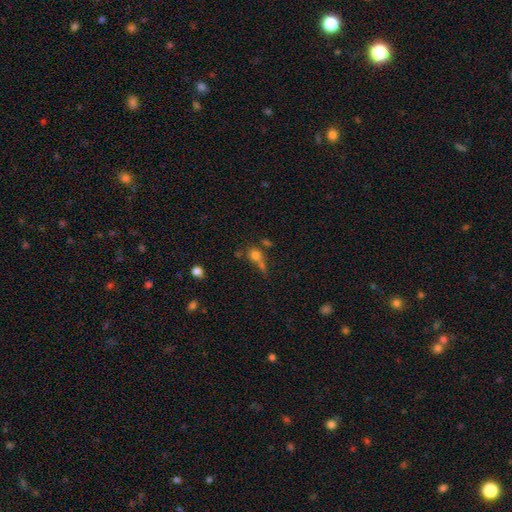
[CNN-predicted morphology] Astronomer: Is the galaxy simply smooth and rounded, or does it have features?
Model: smooth — 70%.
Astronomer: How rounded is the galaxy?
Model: round — 66%.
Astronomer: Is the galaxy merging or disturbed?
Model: none — 37% (runner-up: merger, 33%).